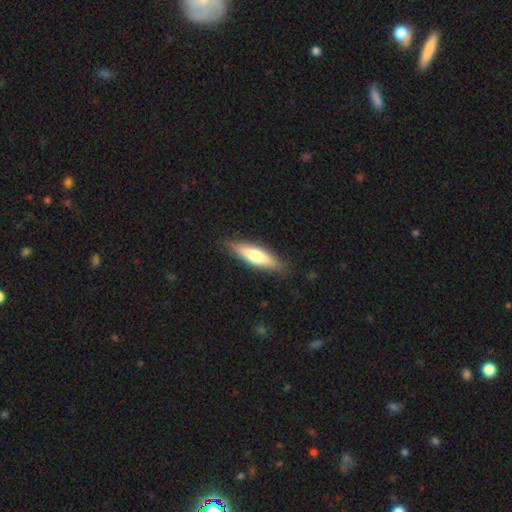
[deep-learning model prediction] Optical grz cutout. It shows a smooth galaxy with no disk features (64%) that is cigar-shaped (60%). Merging: none (86%).